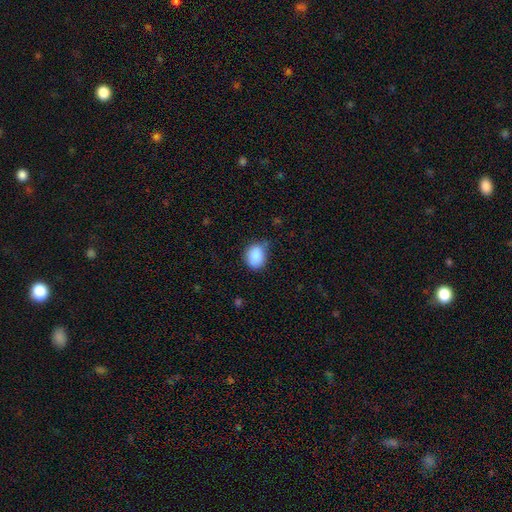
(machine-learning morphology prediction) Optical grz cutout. It shows a smooth galaxy with no disk features (88%) that is in between round and cigar-shaped (54%). Merging: none (63%).